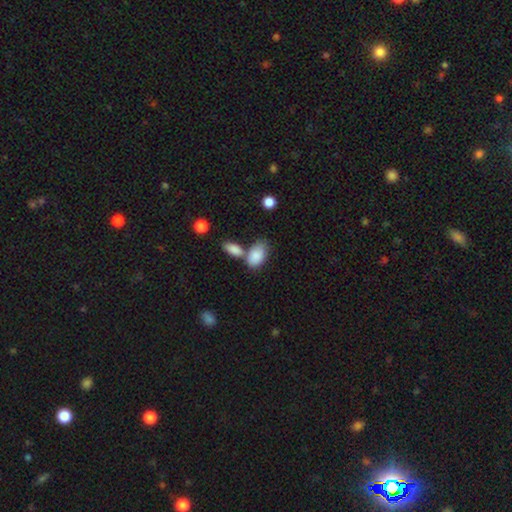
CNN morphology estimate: smooth_or_featured: smooth (p=0.86) [alt: featured or disk p=0.07]
how_rounded: in between (p=0.92) [alt: round p=0.06]
merging: none (p=0.41) [alt: merger p=0.39]